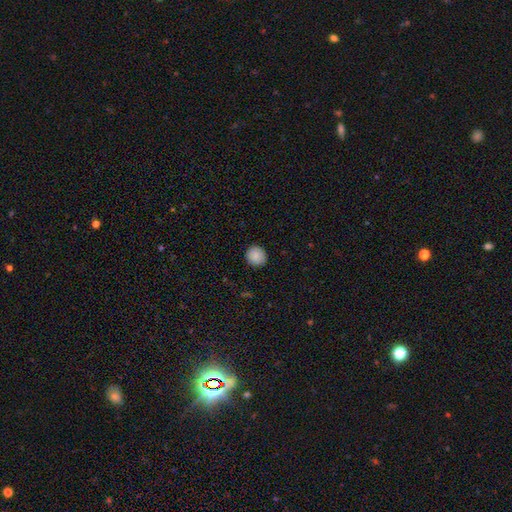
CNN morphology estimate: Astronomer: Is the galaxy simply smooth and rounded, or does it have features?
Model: smooth — 88%.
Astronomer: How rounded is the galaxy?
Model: round — 89%.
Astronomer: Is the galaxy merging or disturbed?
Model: none — 91%.